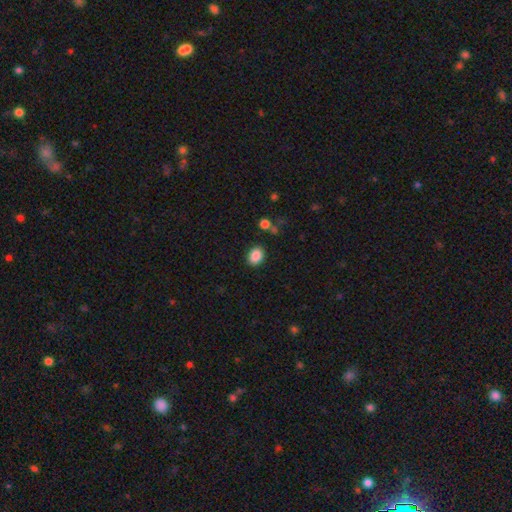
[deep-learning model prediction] Smooth or featured?
  - smooth: 88% *
  - star or artifact: 9%
  - featured or disk: 4%
How rounded?
  - in between: 63% *
  - round: 36%
  - cigar-shaped: 1%
Merging?
  - none: 87% *
  - minor disturbance: 8%
  - major disturbance: 3%
  - merger: 2%